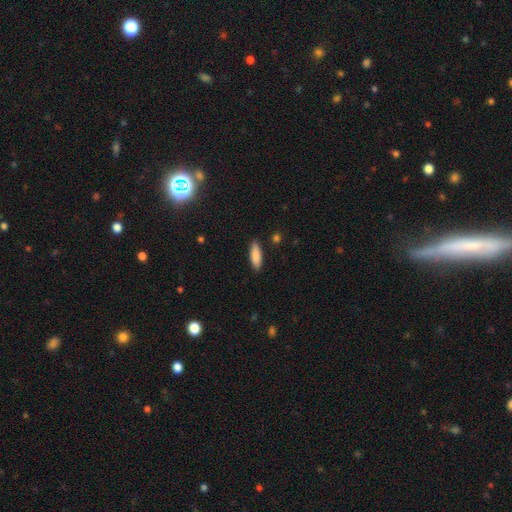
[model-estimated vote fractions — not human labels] smooth_or_featured: smooth (p=0.87) [alt: featured or disk p=0.07]
how_rounded: in between (p=0.51) [alt: cigar-shaped p=0.48]
merging: none (p=0.88) [alt: minor disturbance p=0.09]